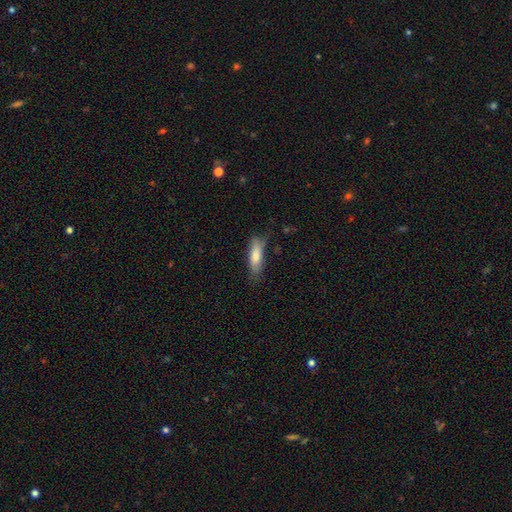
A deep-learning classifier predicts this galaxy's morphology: A smooth galaxy with no disk features (78%) that is cigar-shaped (57%). Merging: none (70%).